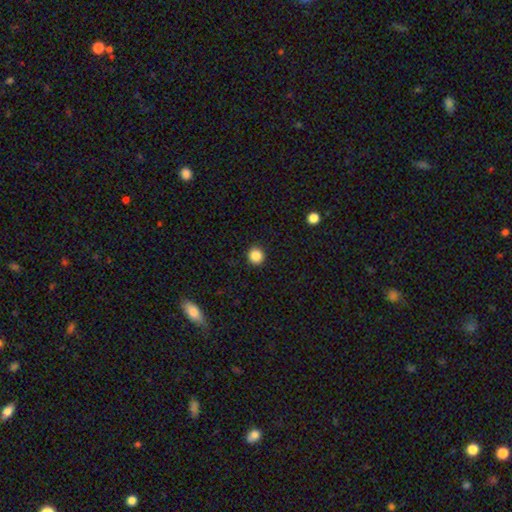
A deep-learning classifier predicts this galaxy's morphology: smooth-or-featured: smooth: 86% | star or artifact: 10% | featured or disk: 4%
  how-rounded: round: 94% | in between: 5% | cigar-shaped: 1%
  merging: none: 93% | minor disturbance: 5% | major disturbance: 2% | merger: 1%